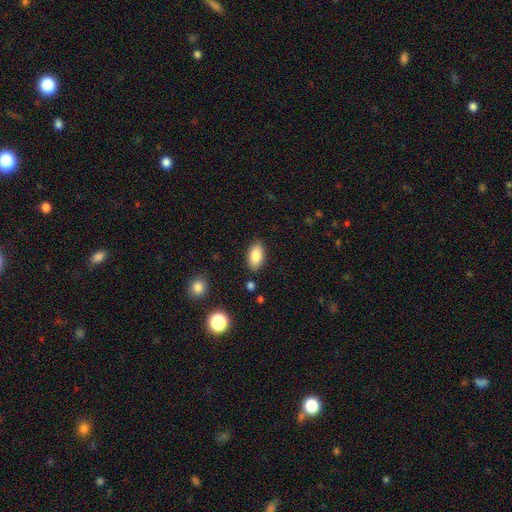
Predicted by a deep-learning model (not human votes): Smooth or featured?
  - smooth: 85% *
  - featured or disk: 8%
  - star or artifact: 8%
How rounded?
  - in between: 92% *
  - round: 4%
  - cigar-shaped: 4%
Merging?
  - none: 85% *
  - minor disturbance: 11%
  - major disturbance: 2%
  - merger: 2%